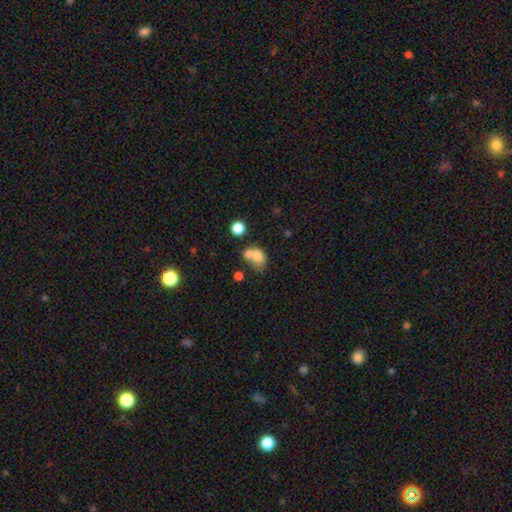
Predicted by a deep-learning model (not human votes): A smooth galaxy with no disk features (71%) that is in between round and cigar-shaped (55%). Merging: merger (54%).